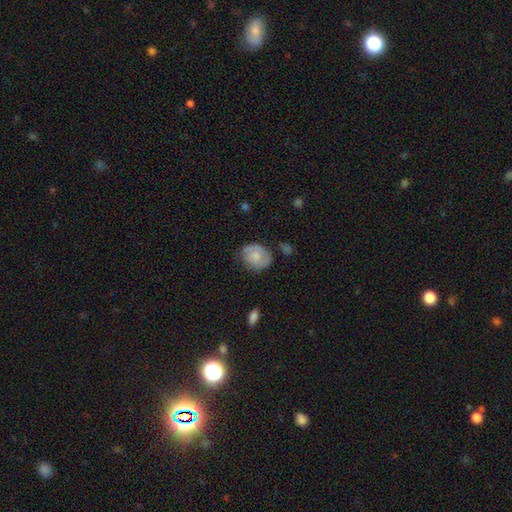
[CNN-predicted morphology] A smooth galaxy with no disk features (58%) that is round (62%).

Vote fractions:
- Smooth or featured? smooth: 58% / featured or disk: 35% / star or artifact: 7%
- How rounded? round: 62% / in between: 37% / cigar-shaped: 1%
- Merging? none: 63% / minor disturbance: 27% / major disturbance: 7% / merger: 3%